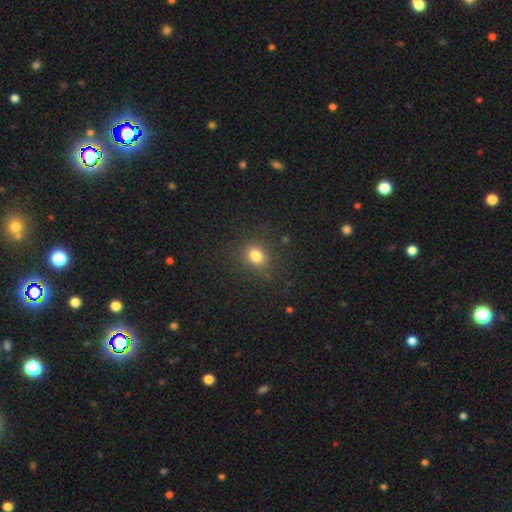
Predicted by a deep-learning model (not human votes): Q: Smooth or featured?
A: smooth (79%); runner-up: star or artifact (15%)
Q: How rounded?
A: round (54%); runner-up: in between (45%)
Q: Merging?
A: none (84%); runner-up: minor disturbance (10%)